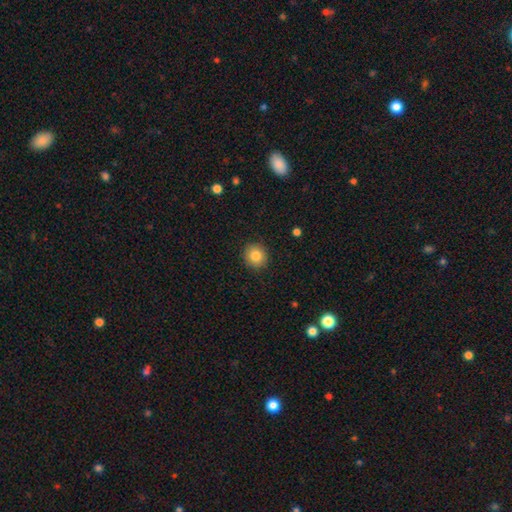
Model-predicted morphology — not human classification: type=smooth (84%); roundness=round (88%); merging=none (91%).